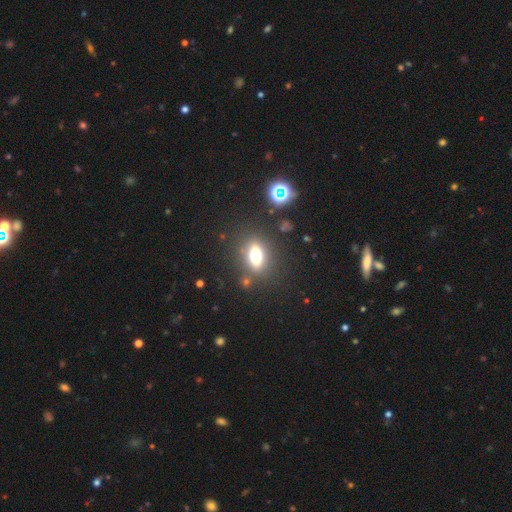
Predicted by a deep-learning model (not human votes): Smooth or featured? Predicted: smooth (p=0.63). How rounded? Predicted: in between (p=0.70). Merging? Predicted: none (p=0.80).